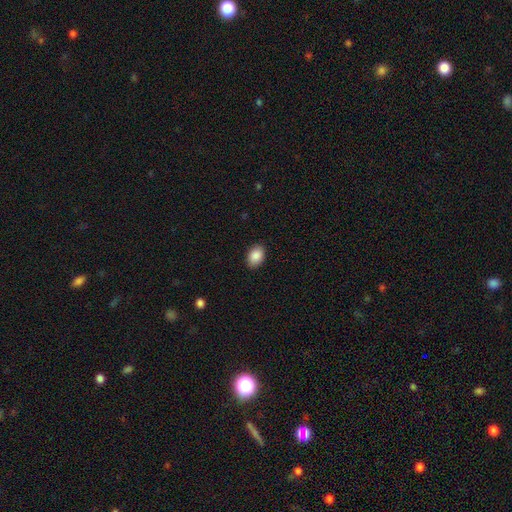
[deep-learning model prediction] Smooth or featured?
  - smooth: 89% *
  - star or artifact: 7%
  - featured or disk: 4%
How rounded?
  - in between: 83% *
  - round: 16%
  - cigar-shaped: 1%
Merging?
  - none: 89% *
  - minor disturbance: 8%
  - major disturbance: 2%
  - merger: 1%